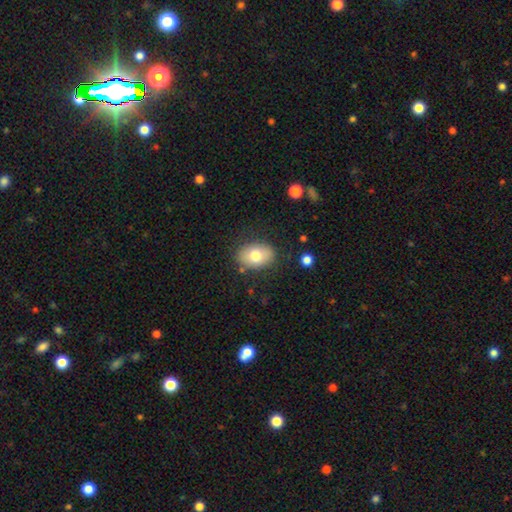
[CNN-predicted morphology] type=smooth (77%); roundness=in between (80%); merging=none (81%).